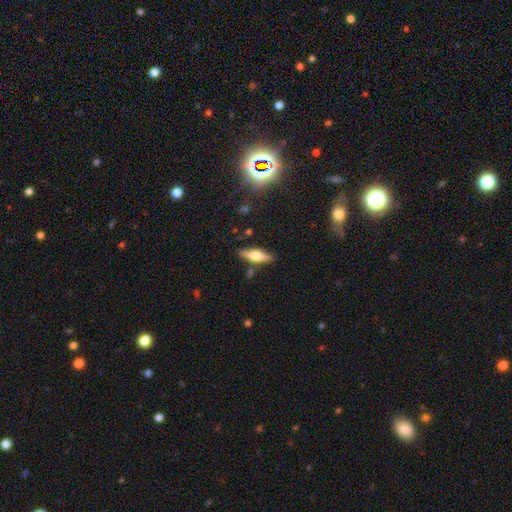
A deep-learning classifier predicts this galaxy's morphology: Smooth or featured? Predicted: featured or disk (p=0.47). Merging? Predicted: none (p=0.83).